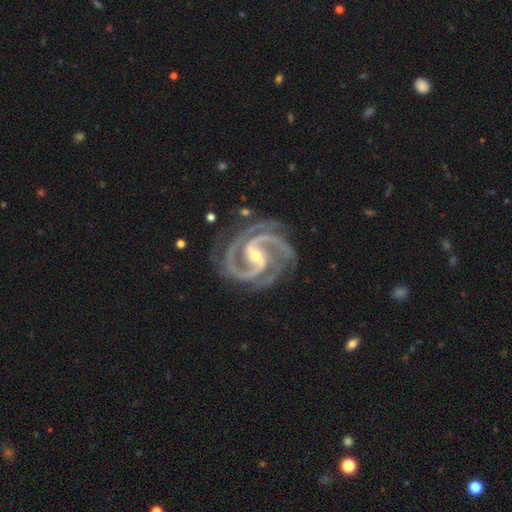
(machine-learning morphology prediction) Overall: featured or disk (94%). Edge-on disk: no (98%). Bar: strong (48%; weak 36%). Spiral arms: yes (99%). Spiral arm count: 2 (66%). Spiral winding: medium (55%; tight 39%). Bulge size: small (63%; moderate 35%). Merging: none (76%).